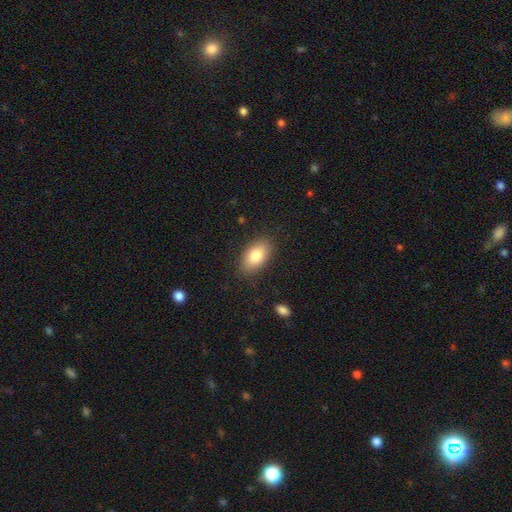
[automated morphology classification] The model was most divided on "smooth or featured": smooth: 80%, featured or disk: 12%, star or artifact: 7%. More confident: how rounded — in between (91%); merging — none (85%).